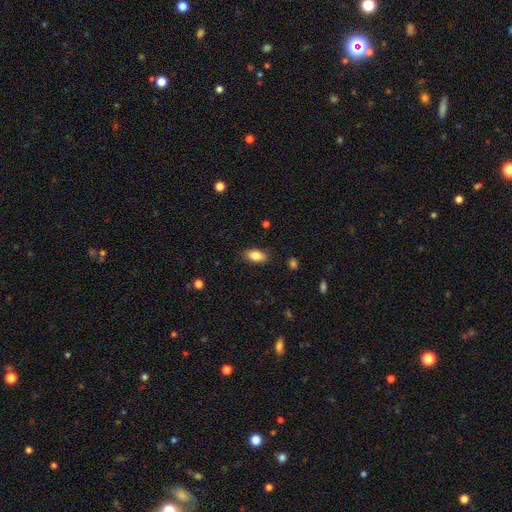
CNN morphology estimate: smooth-or-featured: smooth: 85% | featured or disk: 8% | star or artifact: 8%
  how-rounded: in between: 90% | cigar-shaped: 6% | round: 5%
  merging: none: 87% | minor disturbance: 10% | major disturbance: 2% | merger: 1%